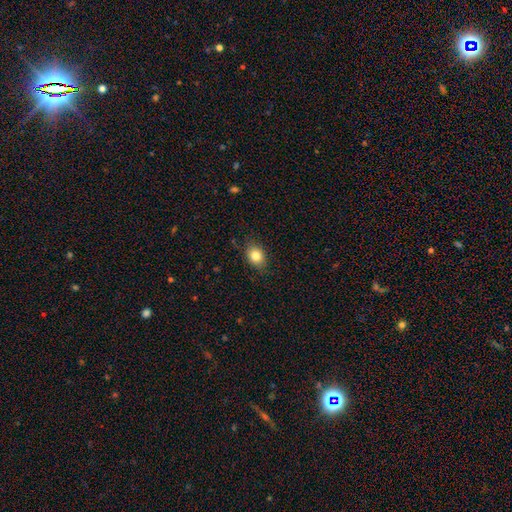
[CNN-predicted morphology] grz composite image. It shows a smooth galaxy with no disk features (82%) that is in between round and cigar-shaped (63%). Merging: none (84%).